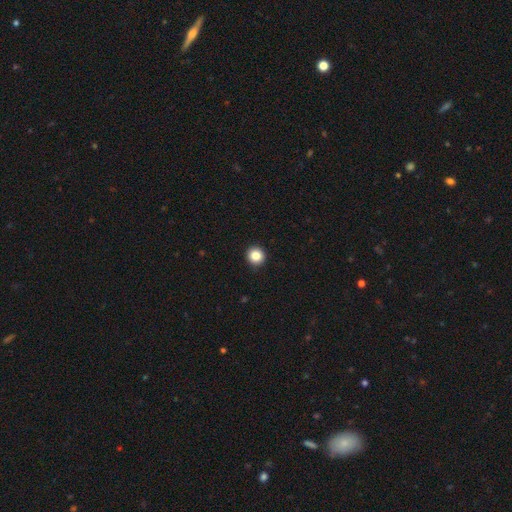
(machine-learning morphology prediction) A smooth galaxy with no disk features (85%) that is round (95%). Merging: none (94%).